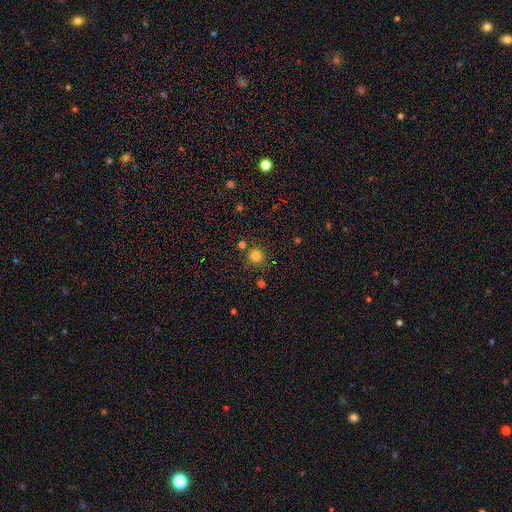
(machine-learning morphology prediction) Smooth or featured: smooth — 79% (star or artifact — 16%)
How rounded: round — 93% (in between — 6%)
Merging: none — 82% (minor disturbance — 9%)